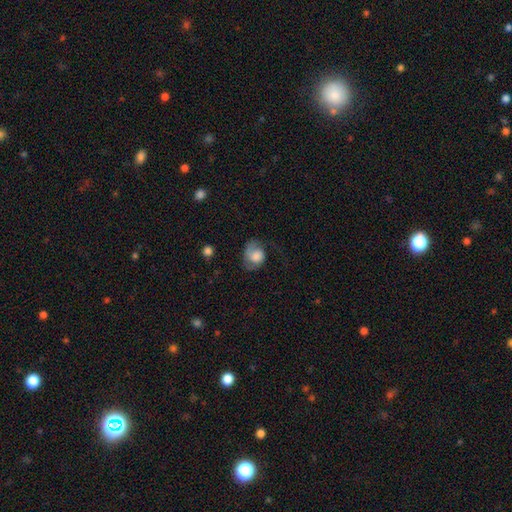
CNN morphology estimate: Smooth or featured? Predicted: smooth (p=0.64). How rounded? Predicted: round (p=0.52). Merging? Predicted: none (p=0.39).